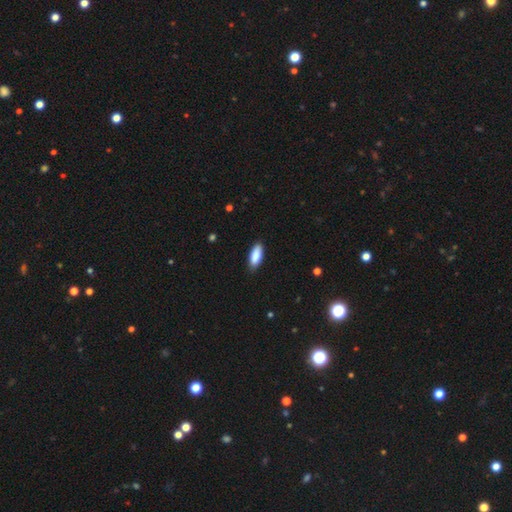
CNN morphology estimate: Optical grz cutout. It shows a smooth galaxy with no disk features (89%) that is in between round and cigar-shaped (79%). Merging: none (85%).